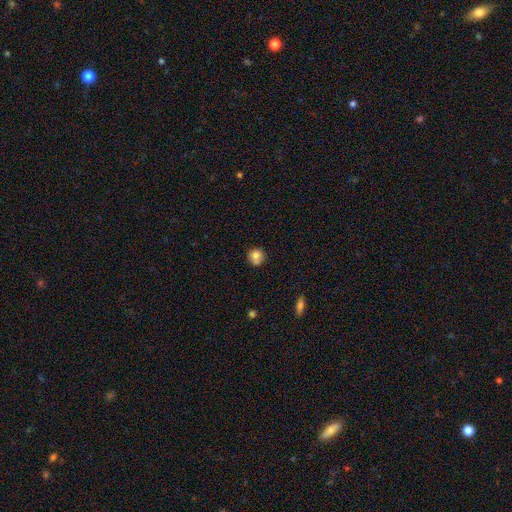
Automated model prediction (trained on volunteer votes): smooth 75%, featured or disk 15%, star or artifact 10%. Down the decision tree: how rounded — round (90%); merging — none (60%).